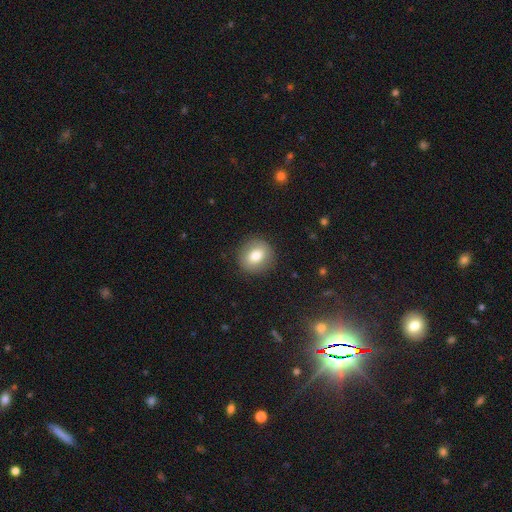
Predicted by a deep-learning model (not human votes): This is likely a smooth galaxy (76%). How rounded: clearly round (82%). Merging: clearly none (88%).